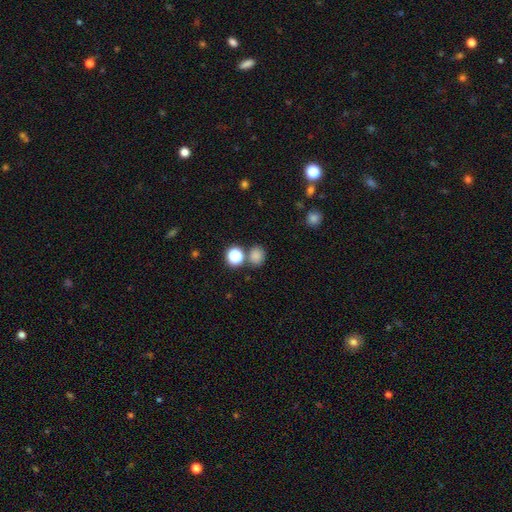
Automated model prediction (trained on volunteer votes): A smooth galaxy with no disk features (77%) that is round (65%).

Vote fractions:
- Smooth or featured? smooth: 77% / star or artifact: 18% / featured or disk: 5%
- How rounded? round: 65% / in between: 34% / cigar-shaped: 1%
- Merging? none: 72% / merger: 15% / minor disturbance: 10% / major disturbance: 3%